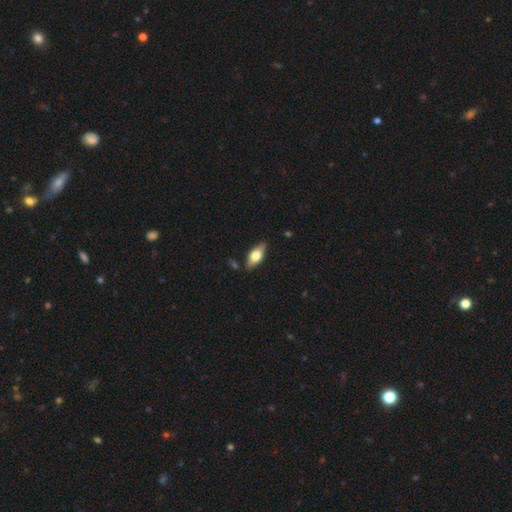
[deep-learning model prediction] smooth-or-featured: smooth: 54% | featured or disk: 40% | star or artifact: 6%
  how-rounded: in between: 76% | cigar-shaped: 20% | round: 3%
  merging: none: 84% | minor disturbance: 11% | major disturbance: 2% | merger: 2%